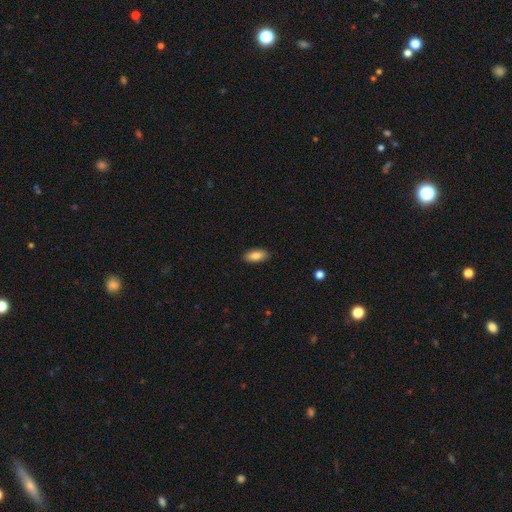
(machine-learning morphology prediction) smooth-or-featured: smooth: 85% | featured or disk: 9% | star or artifact: 7%
  how-rounded: in between: 88% | cigar-shaped: 10% | round: 2%
  merging: none: 89% | minor disturbance: 8% | major disturbance: 2% | merger: 1%